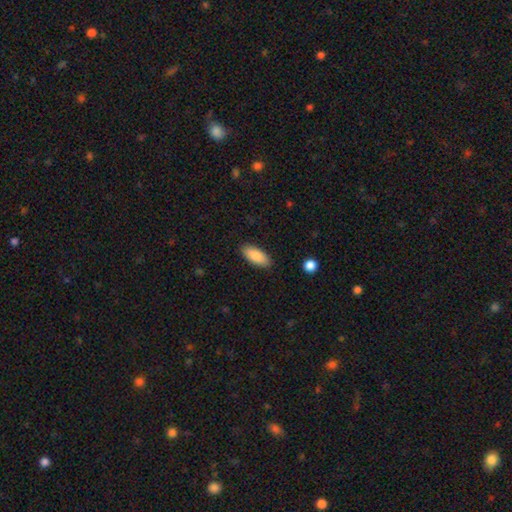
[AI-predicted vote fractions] A smooth galaxy with no disk features (88%) that is in between round and cigar-shaped (85%).

Vote fractions:
- Smooth or featured? smooth: 88% / star or artifact: 6% / featured or disk: 6%
- How rounded? in between: 85% / cigar-shaped: 14% / round: 2%
- Merging? none: 88% / minor disturbance: 9% / major disturbance: 2% / merger: 1%